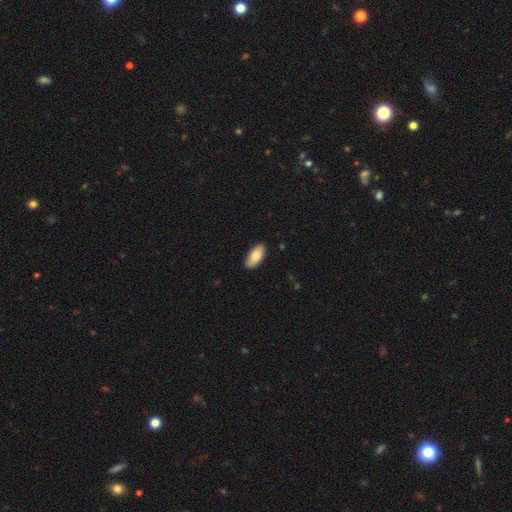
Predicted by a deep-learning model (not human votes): A smooth galaxy with no disk features (86%) that is in between round and cigar-shaped (91%). Merging: none (85%).